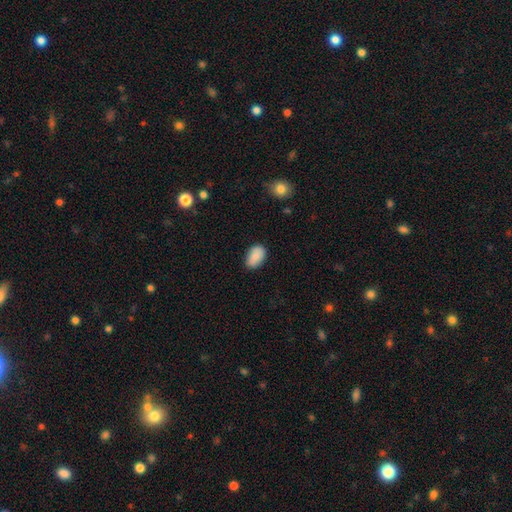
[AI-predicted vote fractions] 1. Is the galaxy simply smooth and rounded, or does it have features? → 88% smooth, 7% star or artifact, 5% featured or disk.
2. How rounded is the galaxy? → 91% in between, 7% round, 1% cigar-shaped.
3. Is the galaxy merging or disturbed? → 81% none, 15% minor disturbance, 3% major disturbance, 1% merger.